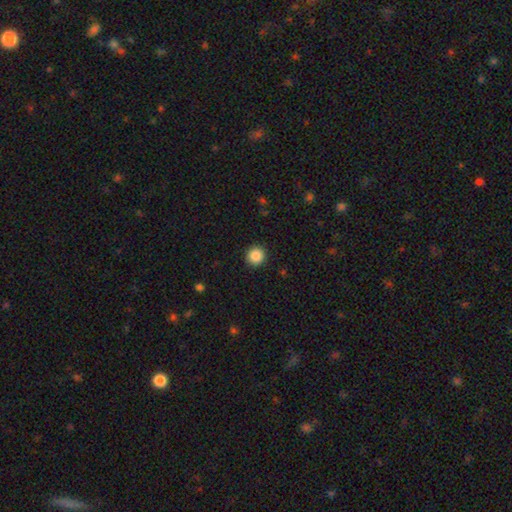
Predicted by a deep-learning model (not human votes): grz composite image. It shows a smooth galaxy with no disk features (87%) that is round (94%). Merging: none (92%).